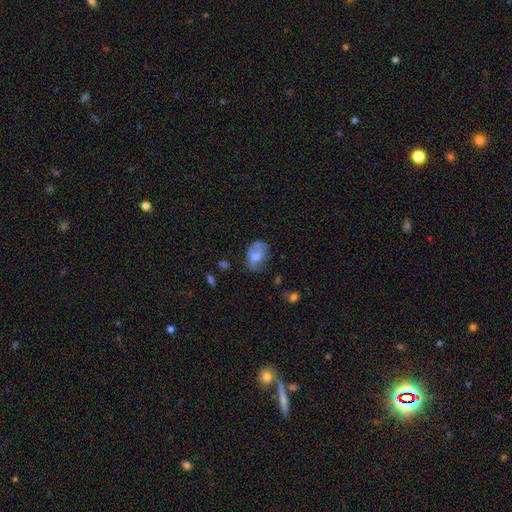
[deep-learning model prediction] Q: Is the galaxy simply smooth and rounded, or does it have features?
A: smooth — 51%.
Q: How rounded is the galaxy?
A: in between — 59%.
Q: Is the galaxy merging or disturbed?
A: none — 41%.